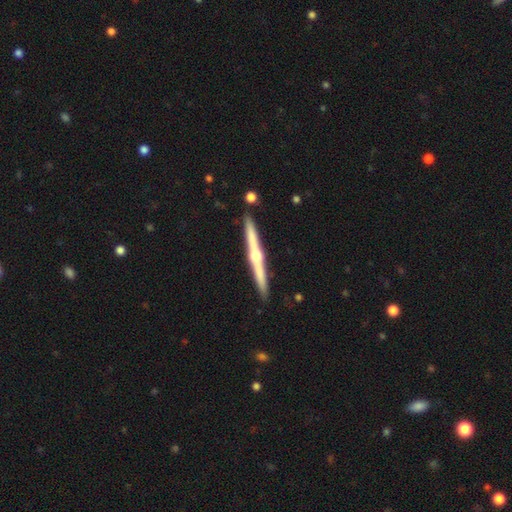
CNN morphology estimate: Smooth or featured?
  - featured or disk: 75% *
  - smooth: 20%
  - star or artifact: 5%
Edge-on disk?
  - yes: 98% *
  - no: 2%
Edge-on bulge?
  - rounded: 86% *
  - none: 8%
  - boxy: 5%
Merging?
  - none: 88% *
  - minor disturbance: 7%
  - merger: 3%
  - major disturbance: 1%